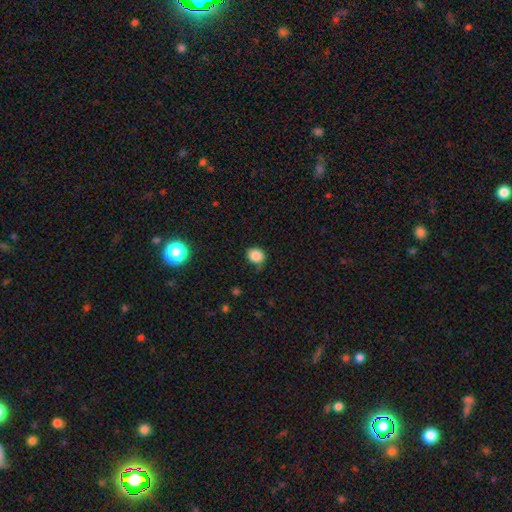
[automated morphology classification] This is clearly a smooth galaxy (85%). How rounded: likely round (76%). Merging: likely none (73%).